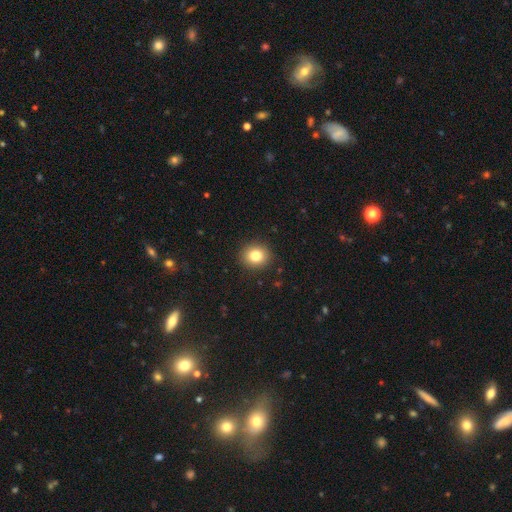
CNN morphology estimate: Overall: smooth (81%). How rounded: round (81%). Merging: none (90%).